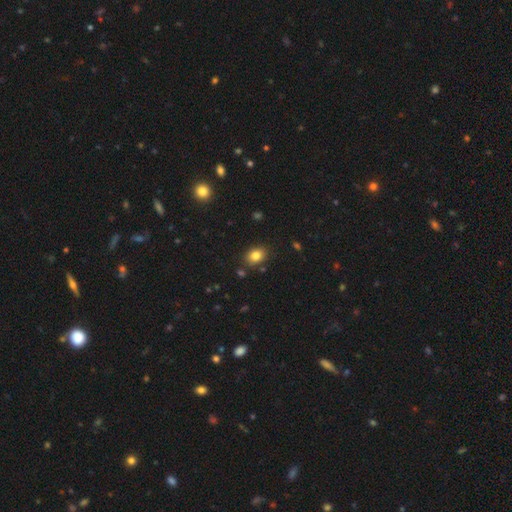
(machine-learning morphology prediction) The model was most divided on "how rounded": in between: 59%, round: 40%, cigar-shaped: 1%. More confident: merging — none (84%); smooth or featured — smooth (82%).